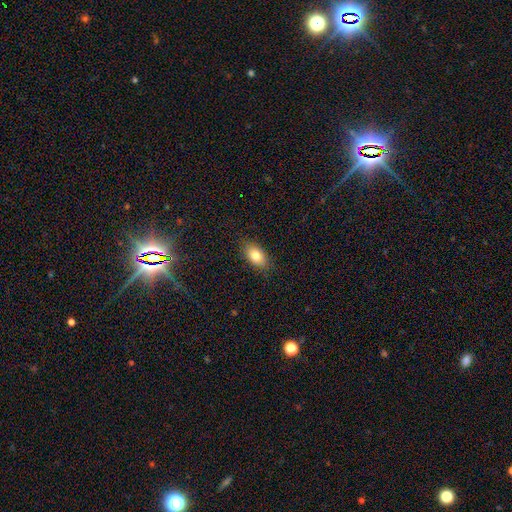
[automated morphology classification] type=smooth (82%); roundness=in between (90%); merging=none (87%).